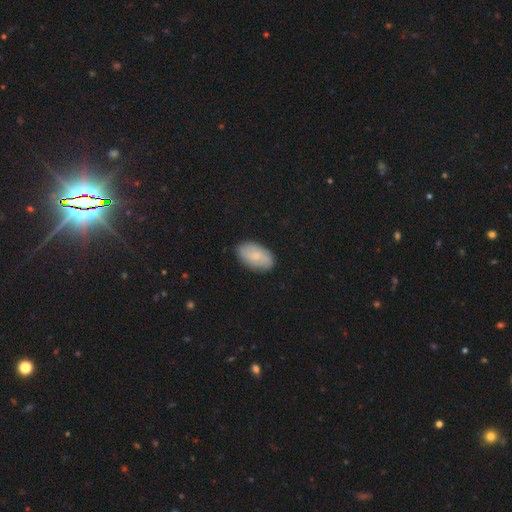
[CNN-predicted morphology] Smooth or featured? smooth (64%)
How rounded? in between (94%)
Merging? none (85%)